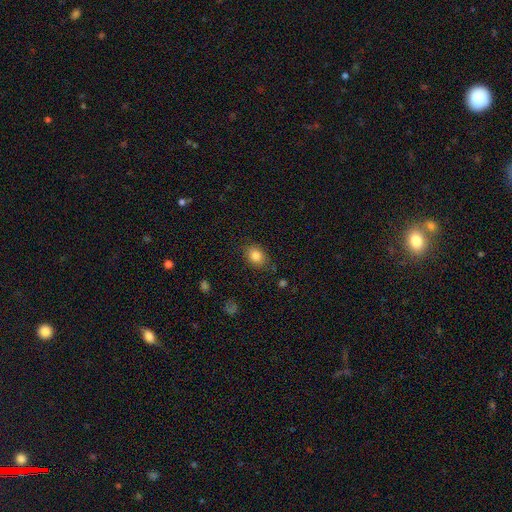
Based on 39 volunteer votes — This is clearly a smooth galaxy (87%). How rounded: likely in between (62%). Merging: likely none (69%).